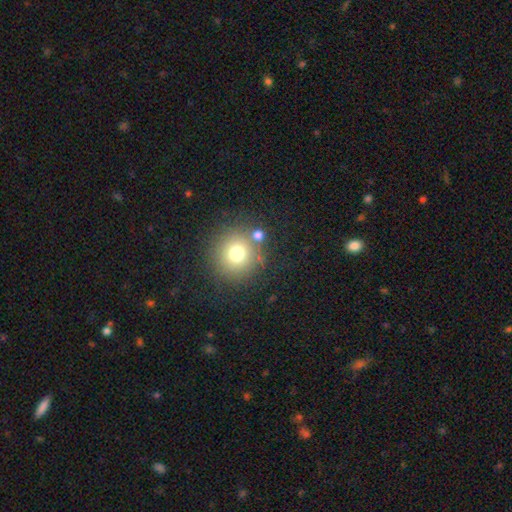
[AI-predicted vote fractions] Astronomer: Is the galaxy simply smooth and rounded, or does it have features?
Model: smooth — 70%.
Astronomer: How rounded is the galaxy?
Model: round — 93%.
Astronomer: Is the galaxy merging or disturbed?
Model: none — 82%.